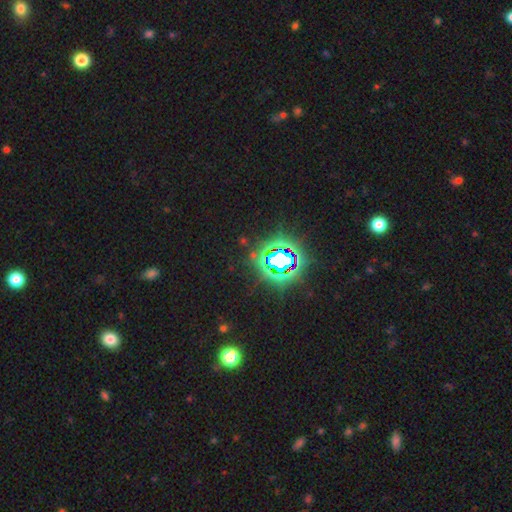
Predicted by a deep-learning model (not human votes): star or artifact 77%, smooth 14%, featured or disk 9%.